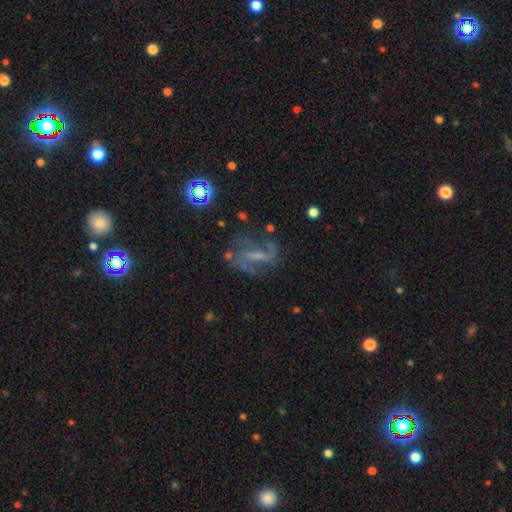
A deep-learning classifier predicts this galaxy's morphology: Smooth or featured? featured or disk (68%)
Edge-on disk? no (93%)
Bar? weak (43%)
Spiral arms? yes (83%)
Spiral winding? loose (42%)
Spiral arm count? 2 (65%)
Bulge size? small (38%)
Merging? none (56%)